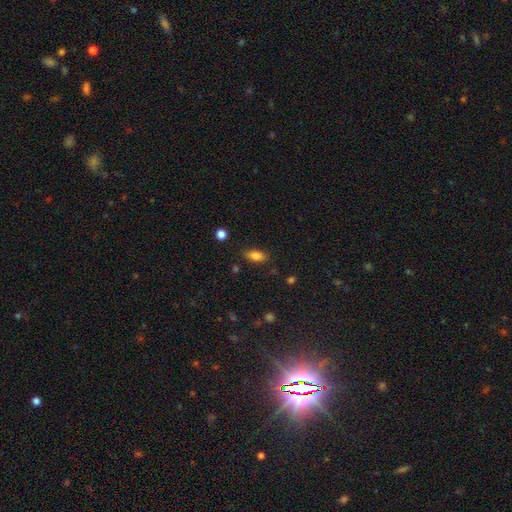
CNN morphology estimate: smooth_or_featured: smooth (p=0.84) [alt: star or artifact p=0.09]
how_rounded: in between (p=0.86) [alt: cigar-shaped p=0.10]
merging: none (p=0.84) [alt: minor disturbance p=0.11]